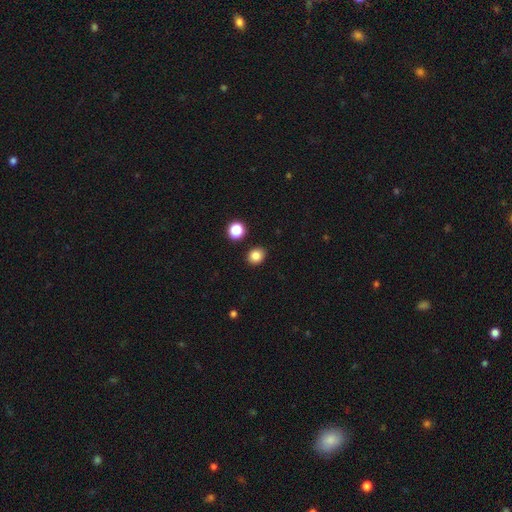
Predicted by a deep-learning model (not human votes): smooth_or_featured: smooth (p=0.84) [alt: star or artifact p=0.12]
how_rounded: round (p=0.68) [alt: in between p=0.32]
merging: none (p=0.88) [alt: minor disturbance p=0.07]